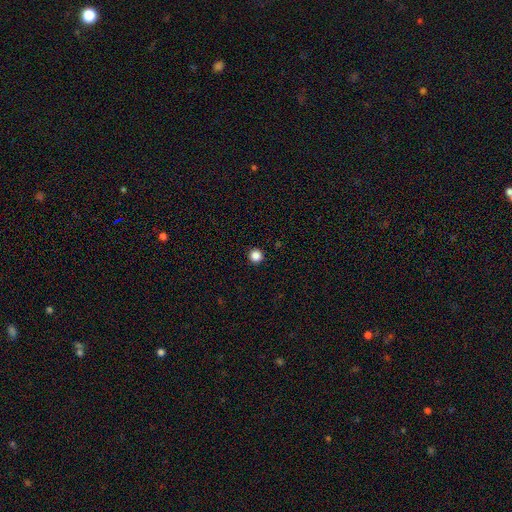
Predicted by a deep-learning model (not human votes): Smooth or featured? smooth (86%)
How rounded? round (96%)
Merging? none (94%)